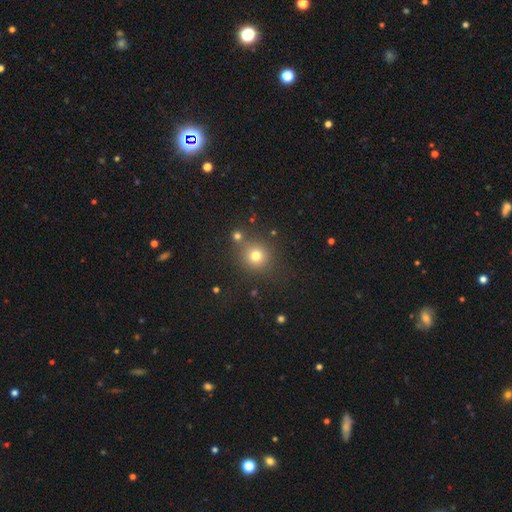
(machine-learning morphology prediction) Overall: smooth (74%). How rounded: round (90%). Merging: none (76%).